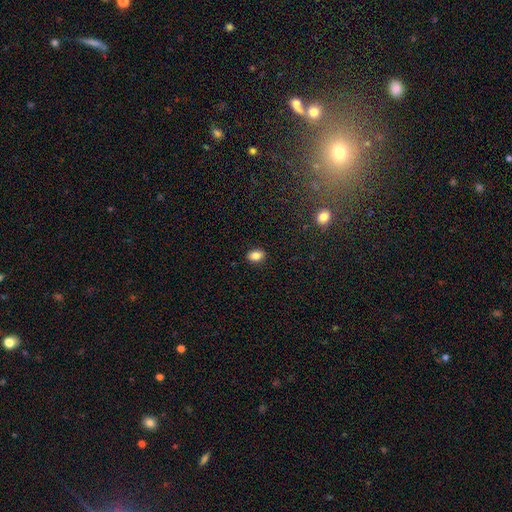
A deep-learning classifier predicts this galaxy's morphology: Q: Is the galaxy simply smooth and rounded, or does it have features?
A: smooth — 84%.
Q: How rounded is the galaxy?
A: in between — 78%.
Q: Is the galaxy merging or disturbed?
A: none — 88%.